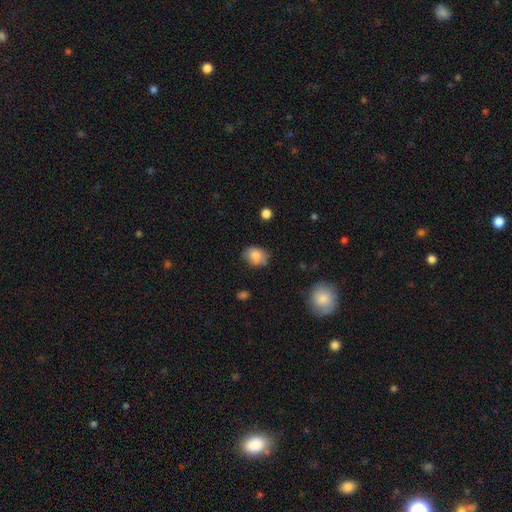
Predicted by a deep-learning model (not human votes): A smooth galaxy with no disk features (84%) that is in between round and cigar-shaped (63%).

Vote fractions:
- Smooth or featured? smooth: 84% / featured or disk: 8% / star or artifact: 8%
- How rounded? in between: 63% / round: 36% / cigar-shaped: 1%
- Merging? none: 70% / minor disturbance: 23% / major disturbance: 5% / merger: 2%